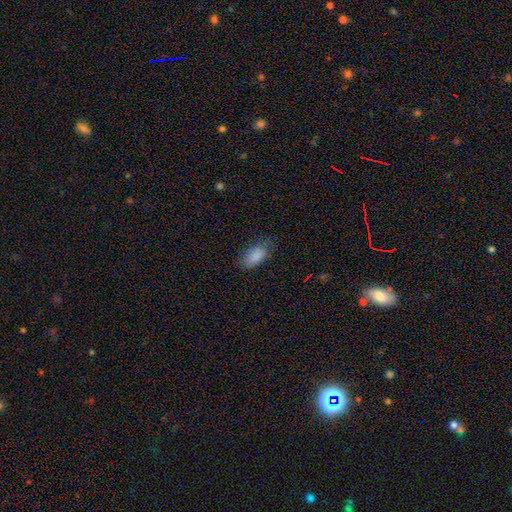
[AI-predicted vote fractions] A smooth galaxy with no disk features (87%) that is in between round and cigar-shaped (93%). Merging: none (71%).